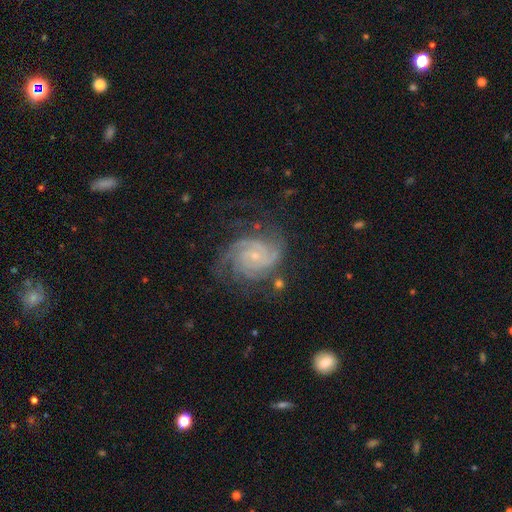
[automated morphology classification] featured or disk 90%, star or artifact 6%, smooth 5%. Down the decision tree: edge-on disk — no (98%); bar — no (69%); spiral arms — yes (98%); spiral arm count — 3 (33%); spiral winding — tight (68%); bulge size — small (80%); merging — none (67%).